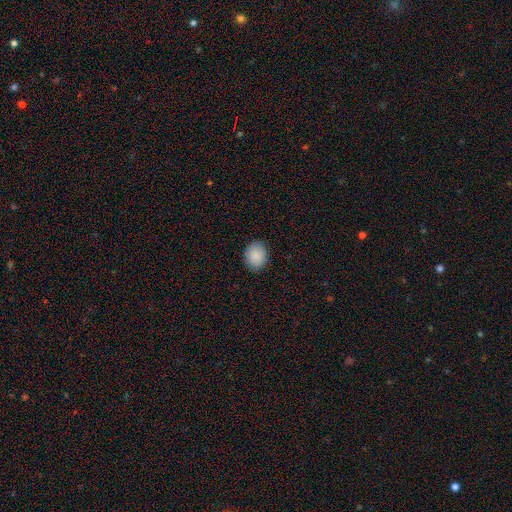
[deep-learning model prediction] Smooth or featured?
  - smooth: 89% *
  - star or artifact: 7%
  - featured or disk: 4%
How rounded?
  - round: 56% *
  - in between: 44%
  - cigar-shaped: 1%
Merging?
  - none: 87% *
  - minor disturbance: 10%
  - major disturbance: 2%
  - merger: 1%